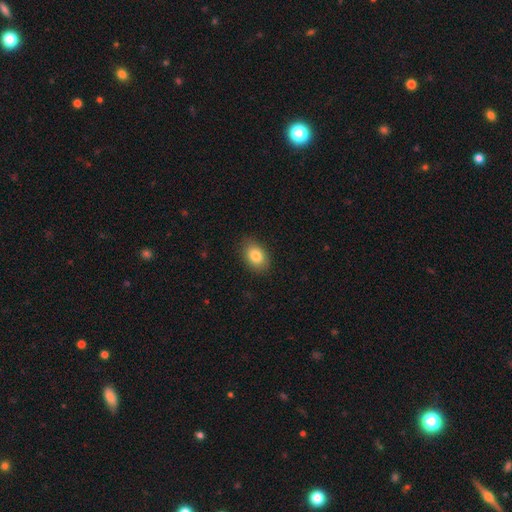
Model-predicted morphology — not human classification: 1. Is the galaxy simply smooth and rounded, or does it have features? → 83% smooth, 9% featured or disk, 8% star or artifact.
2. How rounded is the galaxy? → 81% in between, 18% round, 1% cigar-shaped.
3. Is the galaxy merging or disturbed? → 86% none, 11% minor disturbance, 2% major disturbance, 1% merger.